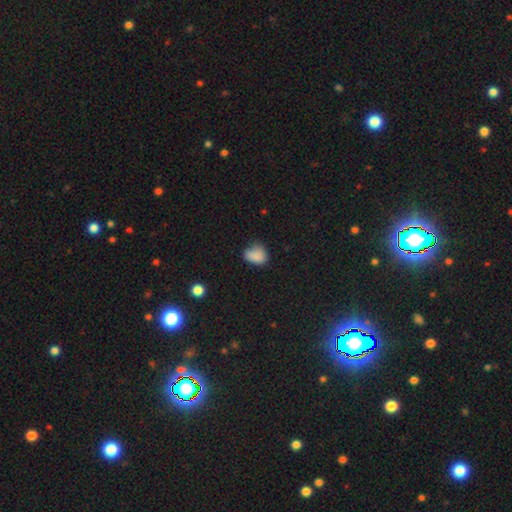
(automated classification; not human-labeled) Smooth or featured? Predicted: smooth (p=0.82). How rounded? Predicted: in between (p=0.64). Merging? Predicted: none (p=0.48).